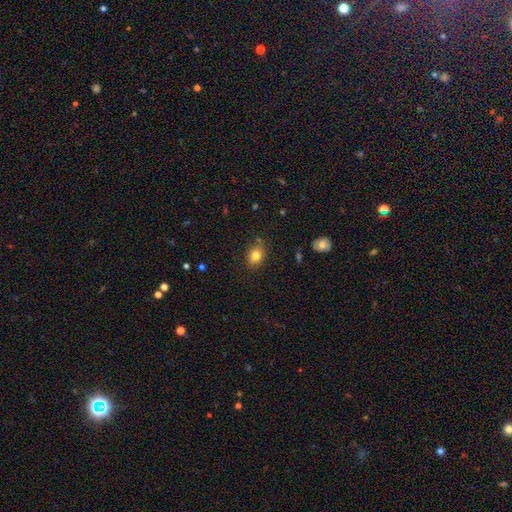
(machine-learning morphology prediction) This is clearly a smooth galaxy (80%). How rounded: possibly in between (58%). Merging: clearly none (82%).